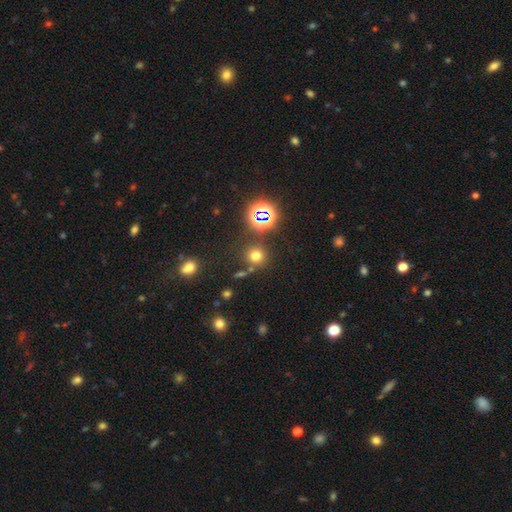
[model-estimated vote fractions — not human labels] smooth_or_featured: smooth (p=0.65) [alt: star or artifact p=0.27]
how_rounded: round (p=0.90) [alt: in between p=0.09]
merging: none (p=0.78) [alt: merger p=0.09]